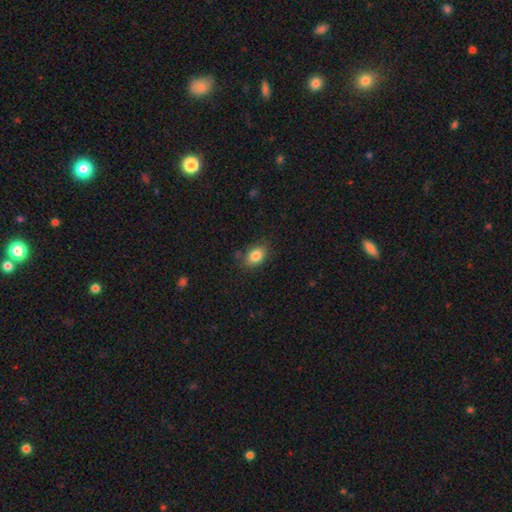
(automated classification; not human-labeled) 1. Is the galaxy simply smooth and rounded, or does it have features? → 84% smooth, 9% star or artifact, 7% featured or disk.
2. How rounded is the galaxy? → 80% in between, 18% round, 1% cigar-shaped.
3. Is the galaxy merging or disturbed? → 79% none, 15% minor disturbance, 4% major disturbance, 2% merger.